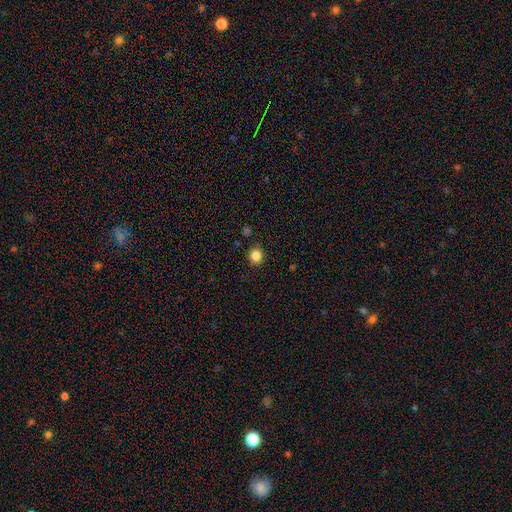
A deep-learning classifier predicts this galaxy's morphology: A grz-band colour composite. It shows a smooth galaxy with no disk features (84%) that is round (76%). Merging: none (88%).